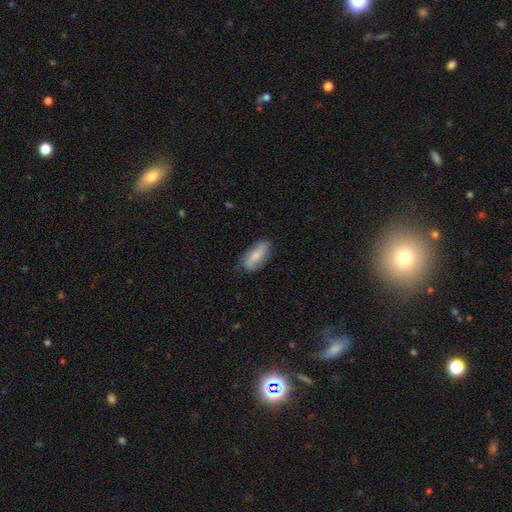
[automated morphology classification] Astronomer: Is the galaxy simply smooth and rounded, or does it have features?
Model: smooth — 65%.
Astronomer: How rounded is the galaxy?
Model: in between — 82%.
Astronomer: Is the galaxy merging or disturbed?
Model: none — 75%.